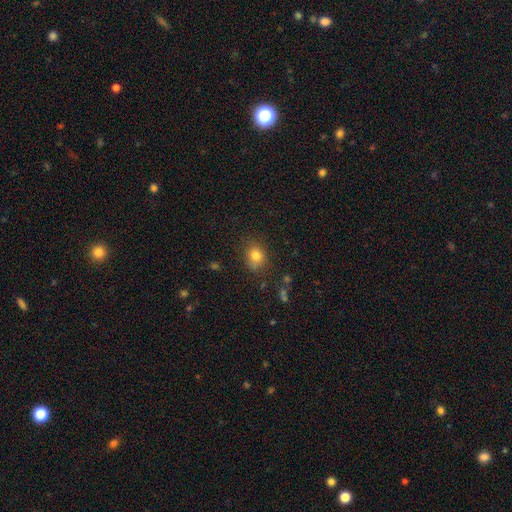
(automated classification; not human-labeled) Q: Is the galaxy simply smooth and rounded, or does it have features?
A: smooth — 80%.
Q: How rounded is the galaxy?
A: round — 59%.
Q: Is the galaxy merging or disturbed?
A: none — 73%.